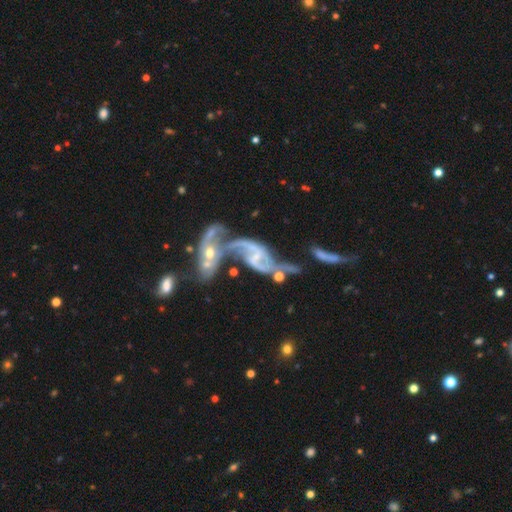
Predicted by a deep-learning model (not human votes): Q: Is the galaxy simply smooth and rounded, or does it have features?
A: featured or disk — 85%.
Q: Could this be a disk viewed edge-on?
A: no — 95%.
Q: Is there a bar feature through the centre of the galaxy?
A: no — 41%.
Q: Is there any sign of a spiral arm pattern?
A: yes — 88%.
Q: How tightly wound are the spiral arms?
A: loose — 74%.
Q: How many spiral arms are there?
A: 2 — 84%.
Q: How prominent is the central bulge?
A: small — 52%.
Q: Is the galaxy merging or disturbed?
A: merger — 60%.